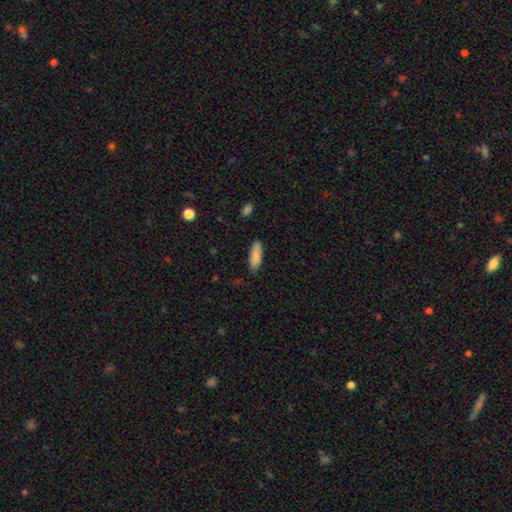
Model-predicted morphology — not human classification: smooth 87%, featured or disk 7%, star or artifact 6%. Down the decision tree: how rounded — in between (58%); merging — none (81%).